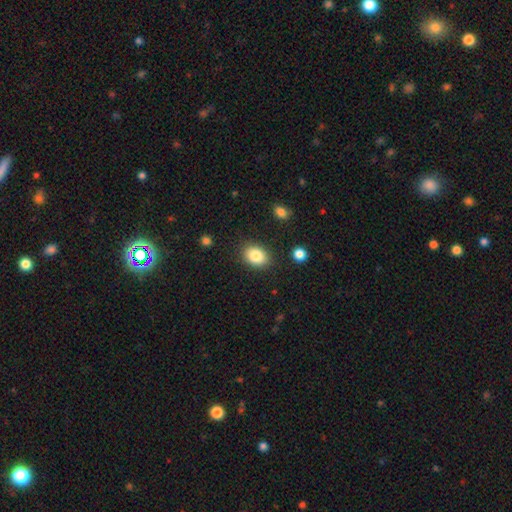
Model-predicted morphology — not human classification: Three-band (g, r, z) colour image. It shows a smooth galaxy with no disk features (85%) that is in between round and cigar-shaped (71%). Merging: none (86%).